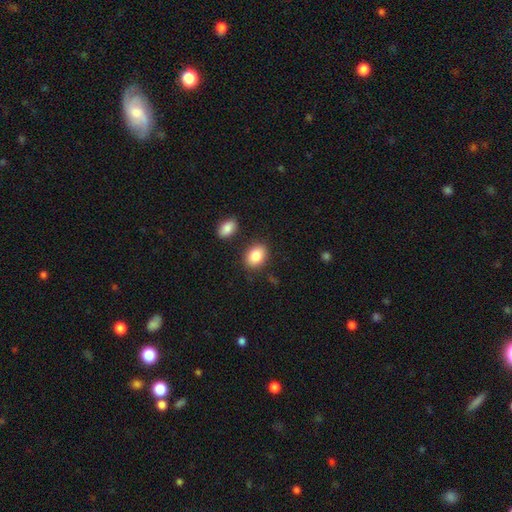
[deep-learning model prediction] Morphology: type=smooth (85%); roundness=in between (73%); merging=none (82%).